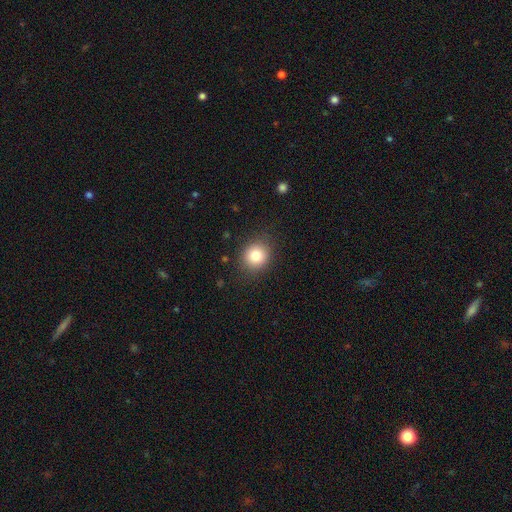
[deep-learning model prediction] Overall: smooth (81%). How rounded: round (80%). Merging: none (87%).